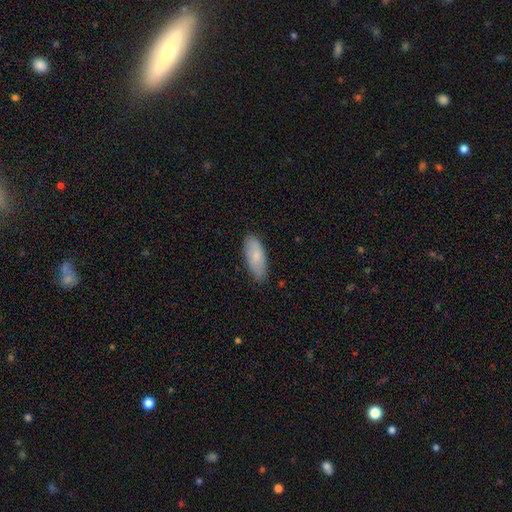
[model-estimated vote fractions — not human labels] Q: Smooth or featured?
A: smooth (80%); runner-up: featured or disk (14%)
Q: How rounded?
A: in between (81%); runner-up: cigar-shaped (17%)
Q: Merging?
A: none (82%); runner-up: minor disturbance (14%)